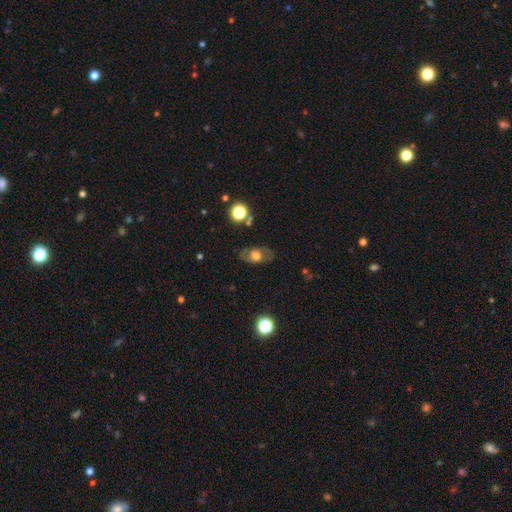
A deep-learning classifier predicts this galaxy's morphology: Q: Smooth or featured?
A: smooth (46%); runner-up: featured or disk (45%)
Q: Merging?
A: none (77%); runner-up: minor disturbance (15%)